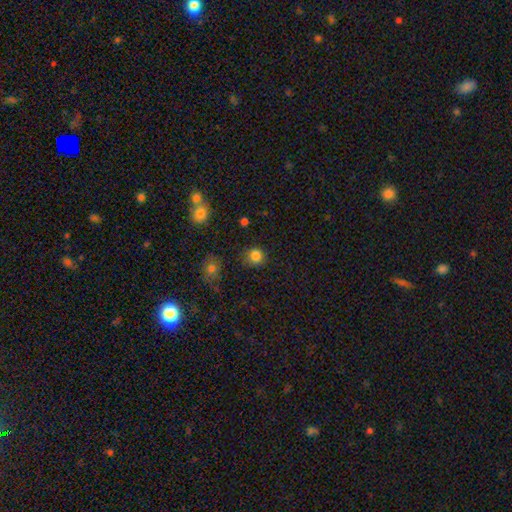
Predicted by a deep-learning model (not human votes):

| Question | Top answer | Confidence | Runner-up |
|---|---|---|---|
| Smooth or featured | smooth | 83% | star or artifact (13%) |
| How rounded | round | 88% | in between (11%) |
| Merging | none | 83% | minor disturbance (11%) |